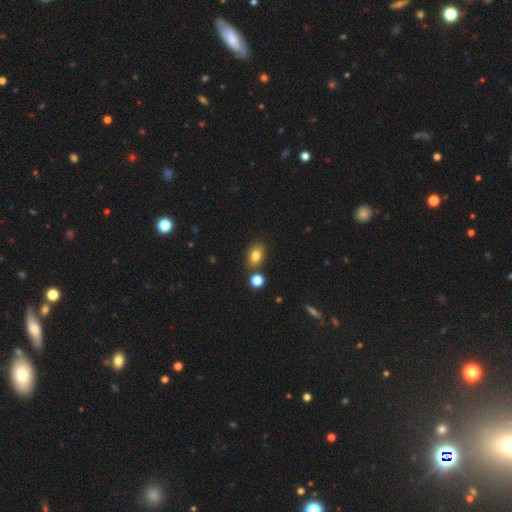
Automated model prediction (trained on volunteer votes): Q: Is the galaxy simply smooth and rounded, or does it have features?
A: smooth — 80%.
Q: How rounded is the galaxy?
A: in between — 75%.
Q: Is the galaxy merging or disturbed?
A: none — 77%.